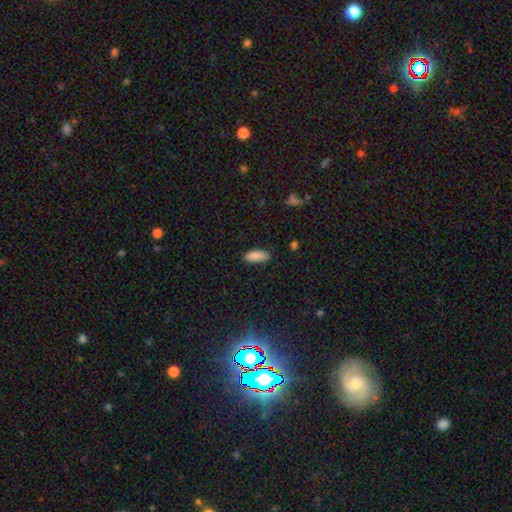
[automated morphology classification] Smooth or featured: smooth — 89% (star or artifact — 7%)
How rounded: in between — 75% (cigar-shaped — 23%)
Merging: none — 84% (minor disturbance — 12%)